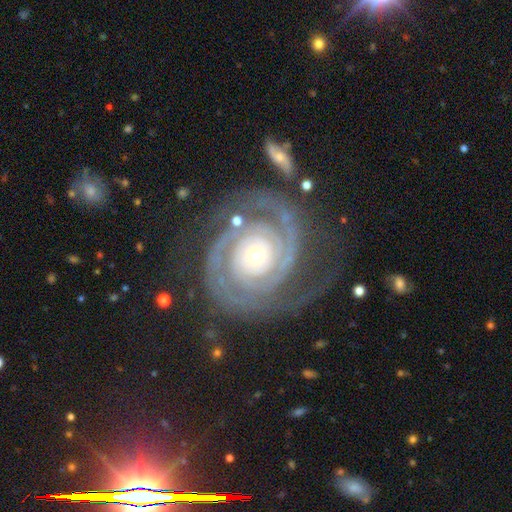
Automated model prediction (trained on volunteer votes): smooth-or-featured: featured or disk: 93% | star or artifact: 4% | smooth: 3%
  disk-edge-on: no: 98% | yes: 2%
    bar: no: 80% | weak: 13% | strong: 8%
    has-spiral-arms: yes: 98% | no: 2%
      spiral-winding: tight: 80% | medium: 16% | loose: 3%
      spiral-arm-count: 2: 78% | 3: 8% | can't tell: 6% | 1: 3% | 4: 3% | more than 4: 3%
    bulge-size: small: 55% | moderate: 40% | large: 3% | dominant: 1% | none: 1%
  merging: none: 73% | minor disturbance: 14% | major disturbance: 10% | merger: 3%